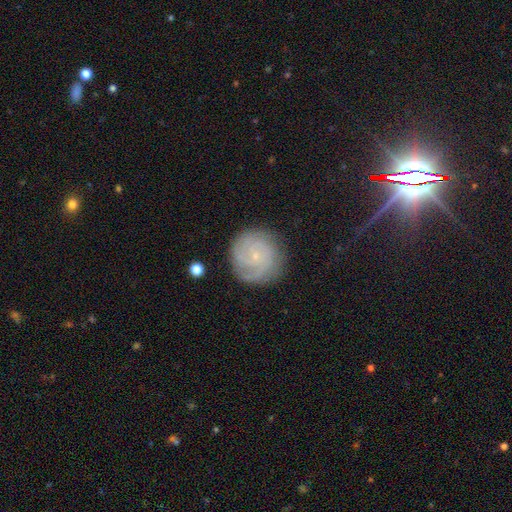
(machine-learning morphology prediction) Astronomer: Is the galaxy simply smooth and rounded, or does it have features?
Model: featured or disk — 71%.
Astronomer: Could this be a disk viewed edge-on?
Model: no — 98%.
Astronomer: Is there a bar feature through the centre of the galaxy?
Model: no — 76%.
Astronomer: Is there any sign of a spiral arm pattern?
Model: yes — 94%.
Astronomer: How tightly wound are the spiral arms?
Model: tight — 70%.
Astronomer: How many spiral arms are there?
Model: can't tell — 30% (runner-up: 3, 25%).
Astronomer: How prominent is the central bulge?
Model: small — 86%.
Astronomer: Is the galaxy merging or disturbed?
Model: none — 81%.